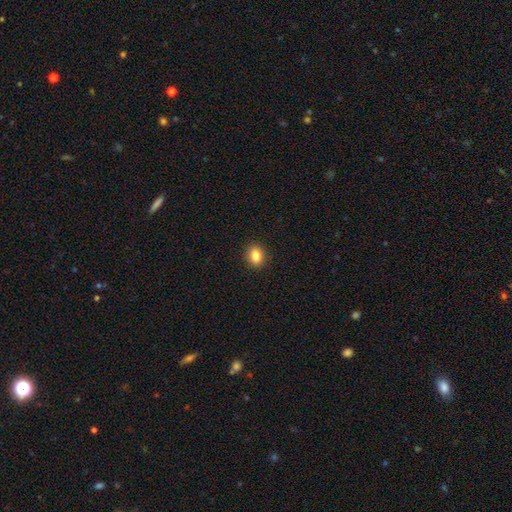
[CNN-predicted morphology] The model was most divided on "how rounded": in between: 58%, round: 41%, cigar-shaped: 1%. More confident: merging — none (90%); smooth or featured — smooth (86%).